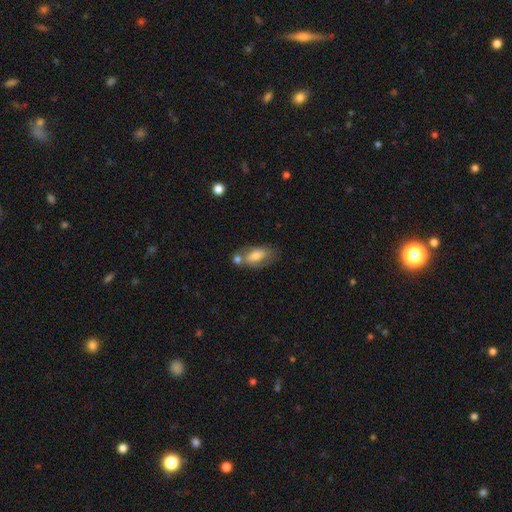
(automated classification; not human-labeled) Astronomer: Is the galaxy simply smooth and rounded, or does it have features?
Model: smooth — 67%.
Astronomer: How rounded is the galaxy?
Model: in between — 85%.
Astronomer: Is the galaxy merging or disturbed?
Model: none — 46% (runner-up: merger, 31%).